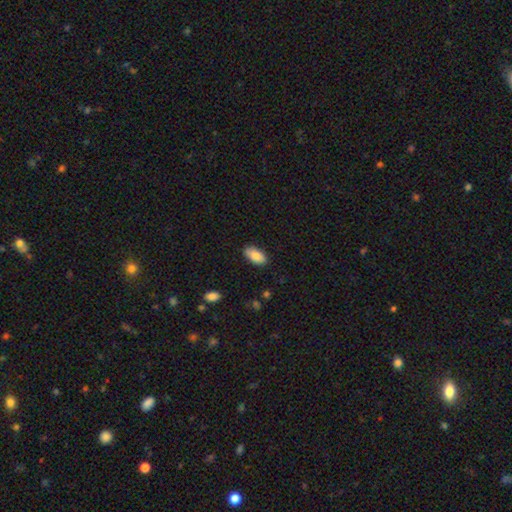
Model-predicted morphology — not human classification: This is clearly a smooth galaxy (85%). How rounded: clearly in between (93%). Merging: clearly none (86%).